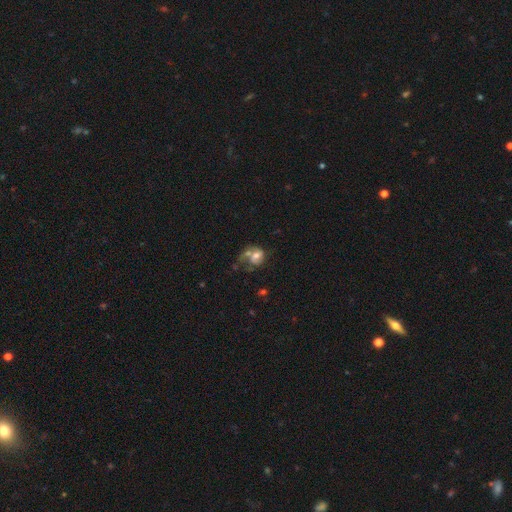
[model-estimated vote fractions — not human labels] This appears to be a featured or disk galaxy (54%) with no bar (68%), spiral arms (63%) and a moderate central bulge (54%). Merging: merger (32%).